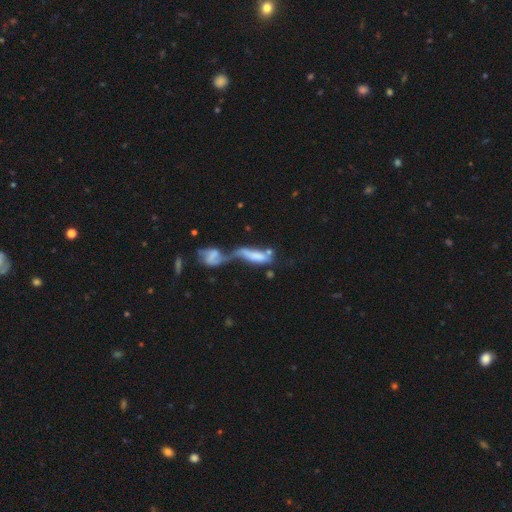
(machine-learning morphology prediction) A smooth galaxy with no disk features (56%) that is in between round and cigar-shaped (56%).

Vote fractions:
- Smooth or featured? smooth: 56% / featured or disk: 34% / star or artifact: 10%
- How rounded? in between: 56% / cigar-shaped: 41% / round: 3%
- Merging? merger: 74% / major disturbance: 12% / none: 8% / minor disturbance: 6%